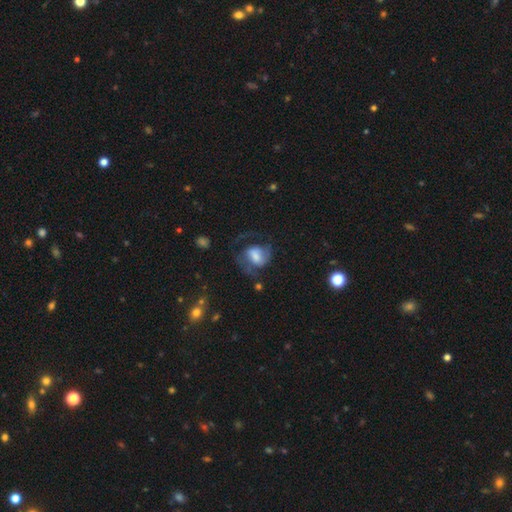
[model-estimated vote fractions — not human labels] smooth-or-featured: featured or disk: 59% | smooth: 33% | star or artifact: 8%
  disk-edge-on: no: 97% | yes: 3%
    bar: weak: 43% | no: 39% | strong: 17%
    has-spiral-arms: yes: 83% | no: 17%
    bulge-size: moderate: 33% | large: 32% | small: 19% | none: 10% | dominant: 6%
  merging: none: 40% | major disturbance: 38% | minor disturbance: 19% | merger: 3%